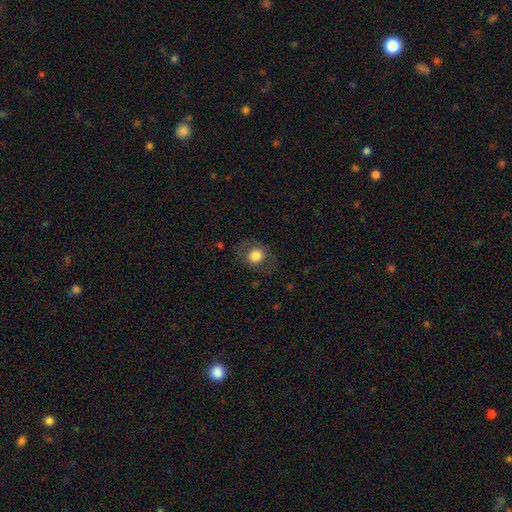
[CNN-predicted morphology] A smooth galaxy with no disk features (73%) that is round (70%).

Vote fractions:
- Smooth or featured? smooth: 73% / featured or disk: 19% / star or artifact: 8%
- How rounded? round: 70% / in between: 28% / cigar-shaped: 1%
- Merging? none: 74% / minor disturbance: 14% / major disturbance: 10% / merger: 1%